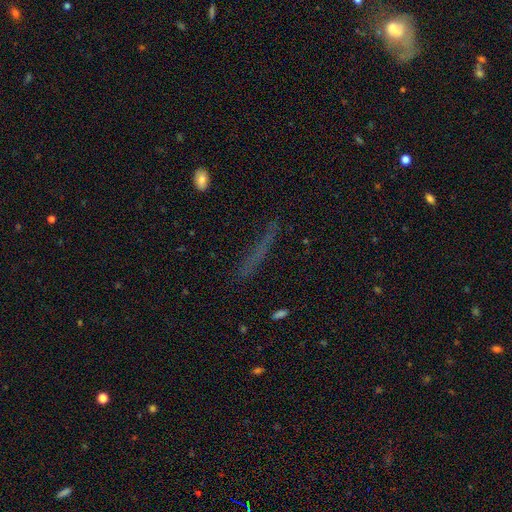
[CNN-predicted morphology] The model was most divided on "smooth or featured": smooth: 38%, featured or disk: 33%, star or artifact: 29%. More confident: merging — none (79%).